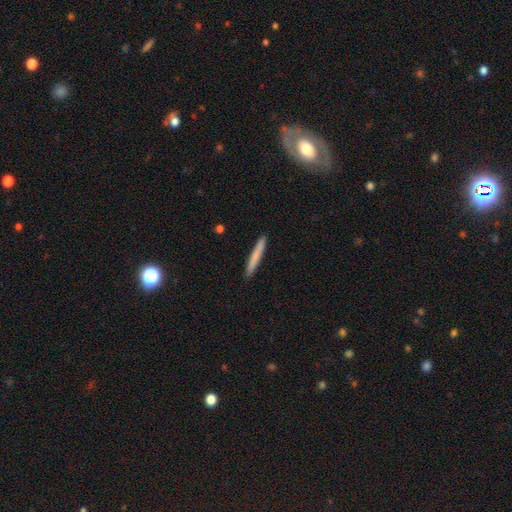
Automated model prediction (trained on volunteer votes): A smooth galaxy with no disk features (75%) that is cigar-shaped (96%). Merging: none (92%).